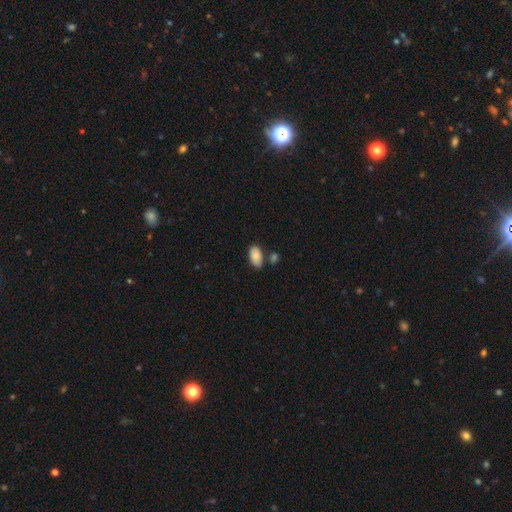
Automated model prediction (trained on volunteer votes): A smooth galaxy with no disk features (85%) that is in between round and cigar-shaped (95%).

Vote fractions:
- Smooth or featured? smooth: 85% / featured or disk: 8% / star or artifact: 7%
- How rounded? in between: 95% / round: 4% / cigar-shaped: 2%
- Merging? none: 70% / minor disturbance: 15% / merger: 12% / major disturbance: 3%